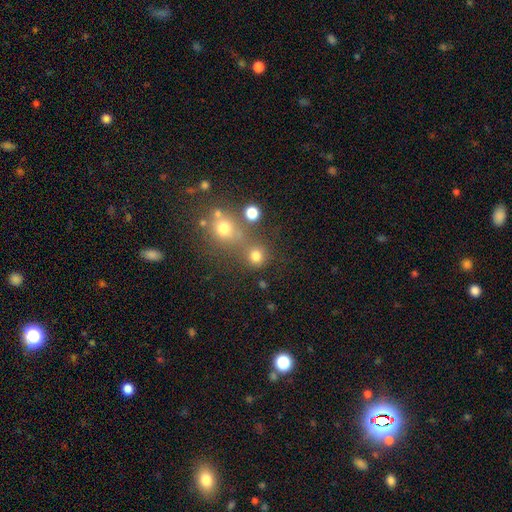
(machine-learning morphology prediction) Q: Smooth or featured?
A: smooth (75%); runner-up: star or artifact (18%)
Q: How rounded?
A: round (88%); runner-up: in between (11%)
Q: Merging?
A: none (62%); runner-up: merger (24%)